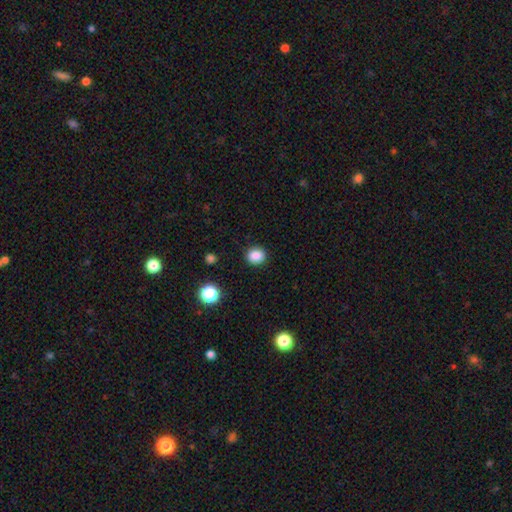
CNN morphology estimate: Q: Smooth or featured?
A: smooth (86%); runner-up: star or artifact (11%)
Q: How rounded?
A: round (74%); runner-up: in between (25%)
Q: Merging?
A: none (89%); runner-up: minor disturbance (7%)